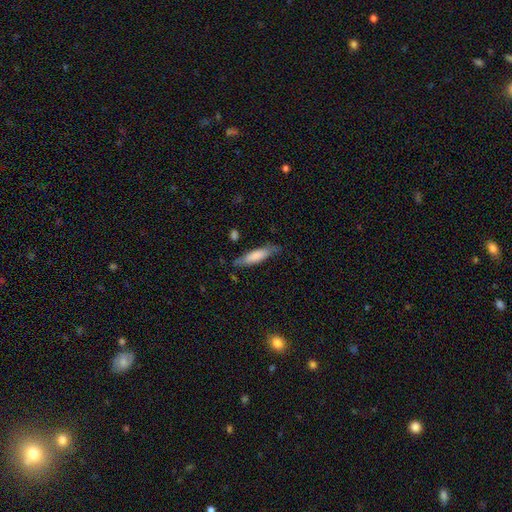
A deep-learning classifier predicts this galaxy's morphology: Smooth or featured? smooth (72%)
How rounded? cigar-shaped (70%)
Merging? none (74%)